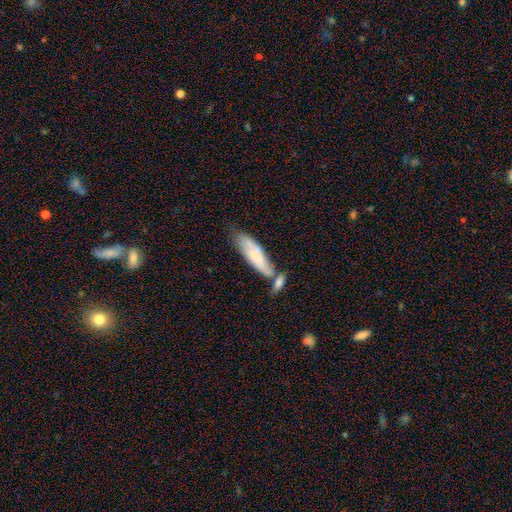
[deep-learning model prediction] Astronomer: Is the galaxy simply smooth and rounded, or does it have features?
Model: smooth — 64%.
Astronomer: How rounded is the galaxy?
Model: cigar-shaped — 56% (runner-up: in between, 42%).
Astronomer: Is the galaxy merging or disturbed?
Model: none — 39% (runner-up: merger, 33%).